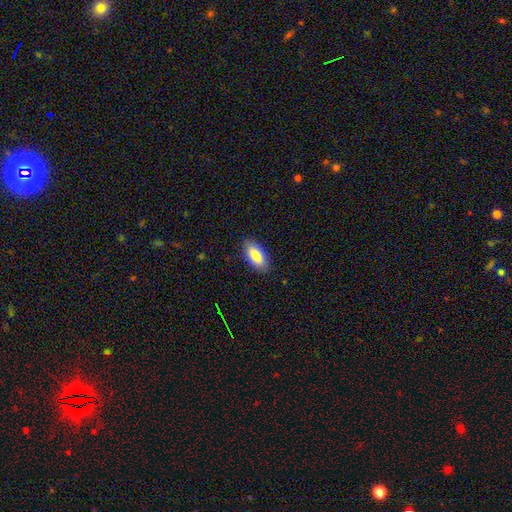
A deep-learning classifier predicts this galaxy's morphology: This appears to be a smooth galaxy with no disk features (86%) that is in between round and cigar-shaped (91%). Merging: none (87%).